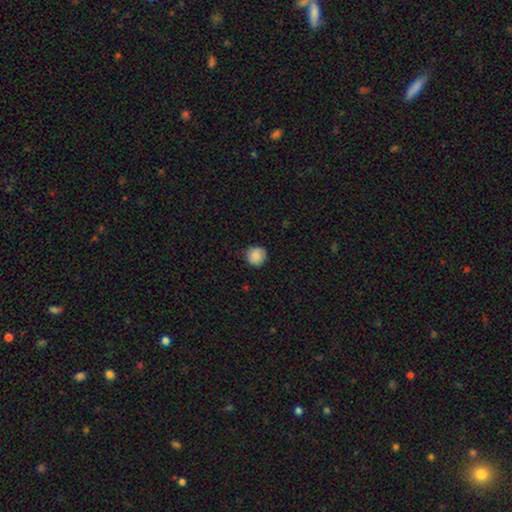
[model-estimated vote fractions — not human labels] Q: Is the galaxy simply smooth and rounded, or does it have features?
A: smooth — 83%.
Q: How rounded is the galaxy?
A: round — 93%.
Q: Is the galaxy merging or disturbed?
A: none — 85%.